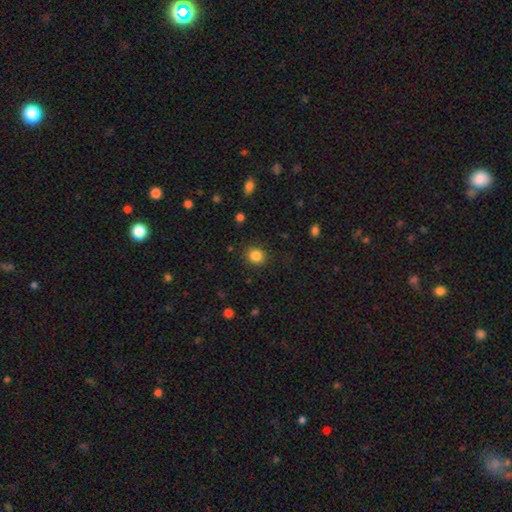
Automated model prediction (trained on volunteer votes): Q: Smooth or featured?
A: smooth (85%); runner-up: star or artifact (11%)
Q: How rounded?
A: round (83%); runner-up: in between (16%)
Q: Merging?
A: none (88%); runner-up: minor disturbance (7%)